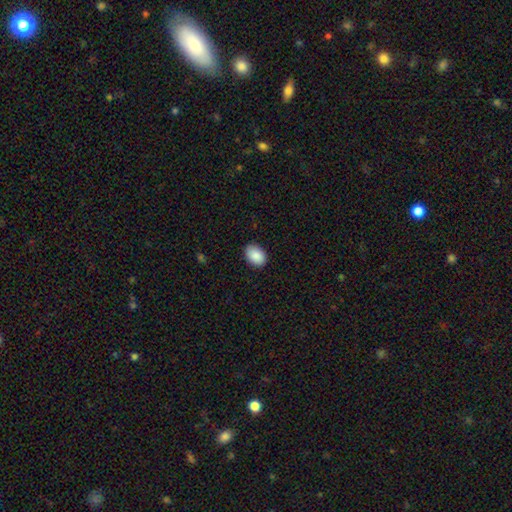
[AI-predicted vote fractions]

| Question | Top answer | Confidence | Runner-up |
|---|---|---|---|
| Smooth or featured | smooth | 89% | star or artifact (7%) |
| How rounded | in between | 83% | round (16%) |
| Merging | none | 87% | minor disturbance (10%) |